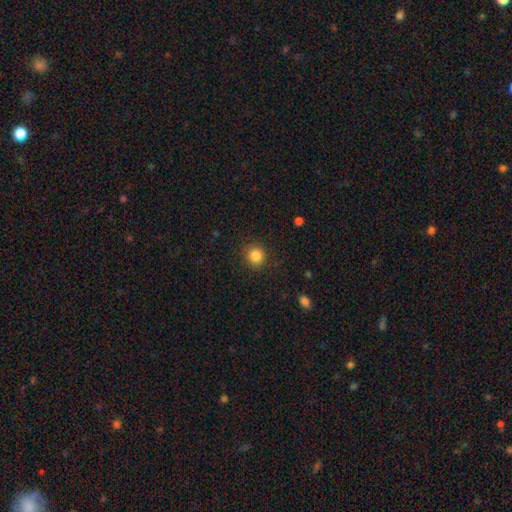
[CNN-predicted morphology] Smooth or featured: smooth — 84% (star or artifact — 11%)
How rounded: round — 92% (in between — 7%)
Merging: none — 89% (minor disturbance — 7%)